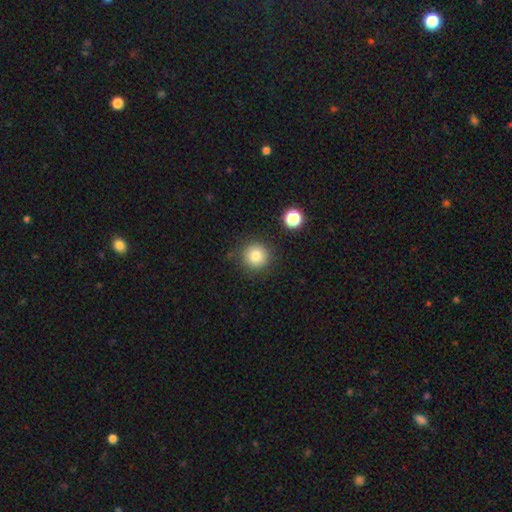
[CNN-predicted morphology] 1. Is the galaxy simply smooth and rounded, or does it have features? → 82% smooth, 11% star or artifact, 7% featured or disk.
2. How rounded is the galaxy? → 94% round, 5% in between, 1% cigar-shaped.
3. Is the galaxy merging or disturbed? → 86% none, 8% minor disturbance, 3% major disturbance, 3% merger.